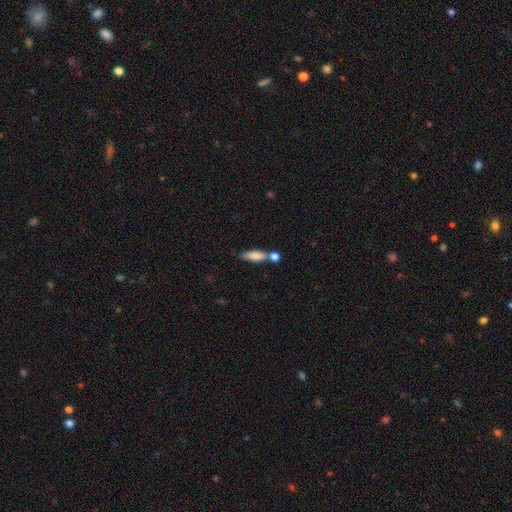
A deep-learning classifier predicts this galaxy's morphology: Smooth or featured? smooth (78%)
How rounded? in between (54%)
Merging? none (52%)